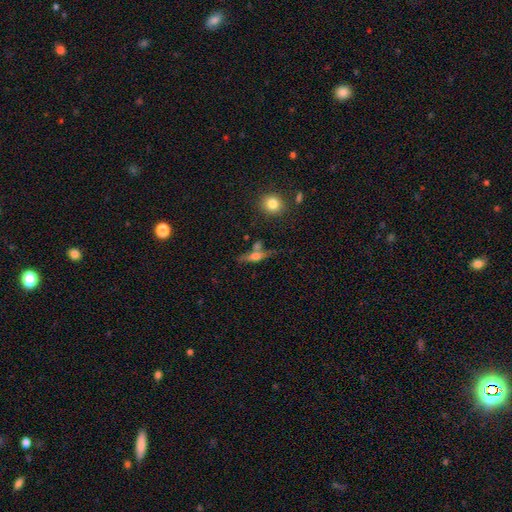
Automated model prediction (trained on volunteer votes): Q: Smooth or featured?
A: featured or disk (52%); runner-up: smooth (36%)
Q: Edge-on disk?
A: yes (87%); runner-up: no (13%)
Q: Merging?
A: none (62%); runner-up: minor disturbance (17%)